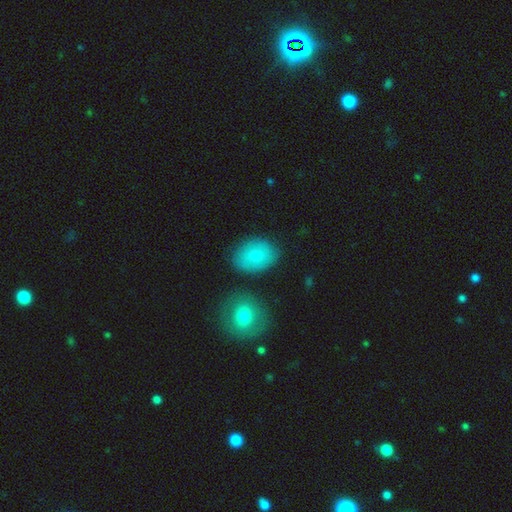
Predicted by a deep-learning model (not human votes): smooth 79%, featured or disk 14%, star or artifact 7%. Down the decision tree: how rounded — in between (69%); merging — none (77%).